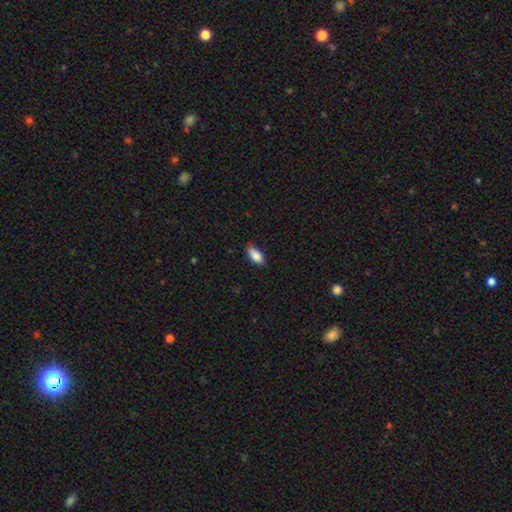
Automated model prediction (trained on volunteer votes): This is clearly a smooth galaxy (87%). How rounded: clearly in between (89%). Merging: likely none (66%).